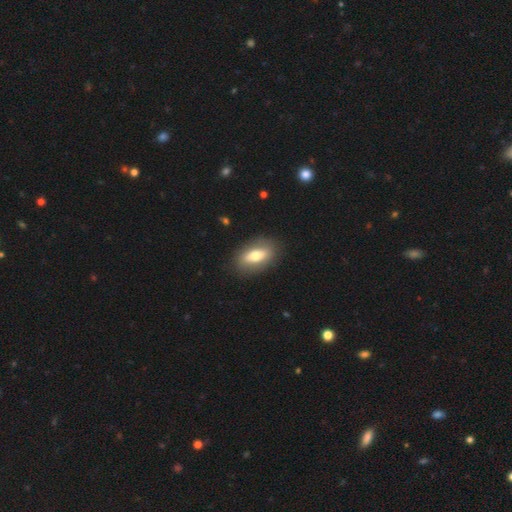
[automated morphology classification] This is likely a smooth galaxy (62%). How rounded: clearly in between (84%). Merging: clearly none (85%).